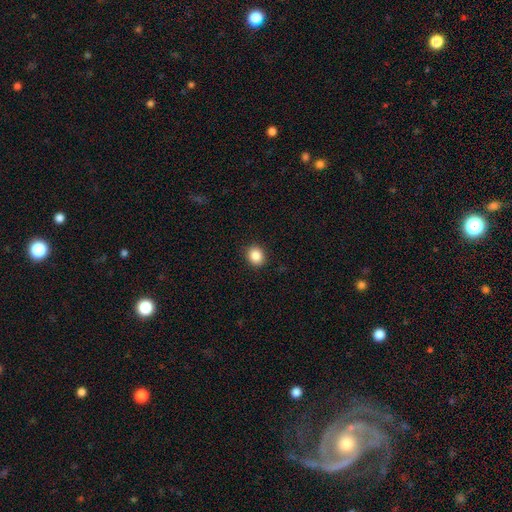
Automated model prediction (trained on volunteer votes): smooth_or_featured: smooth (p=0.87) [alt: star or artifact p=0.09]
how_rounded: round (p=0.68) [alt: in between p=0.31]
merging: none (p=0.91) [alt: minor disturbance p=0.06]